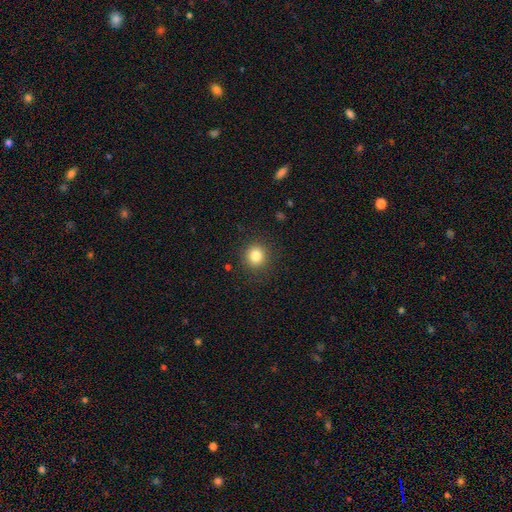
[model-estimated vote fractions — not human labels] Smooth or featured: smooth — 82% (star or artifact — 12%)
How rounded: round — 90% (in between — 9%)
Merging: none — 89% (minor disturbance — 7%)